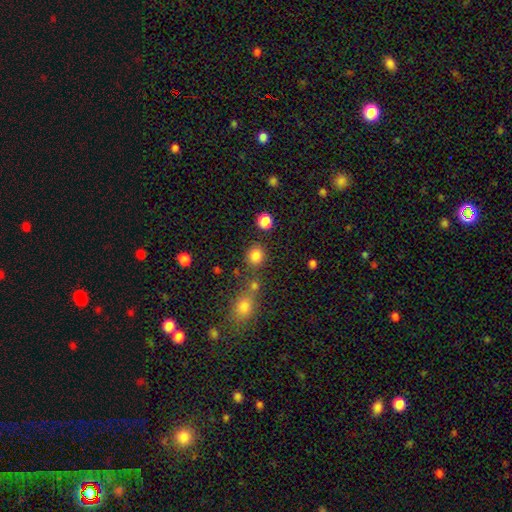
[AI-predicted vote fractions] This is clearly a smooth galaxy (83%). How rounded: likely round (80%). Merging: likely none (74%).